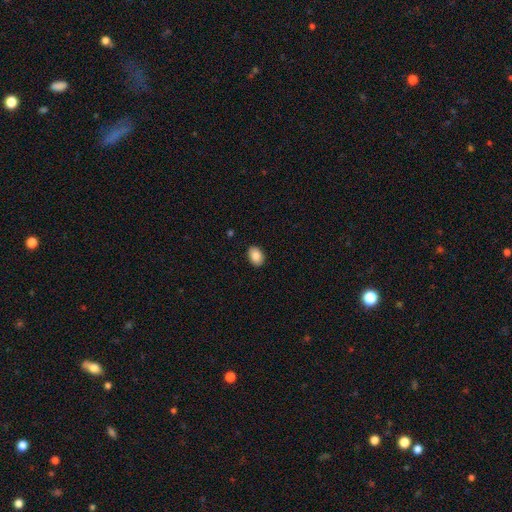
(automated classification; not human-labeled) smooth-or-featured: smooth: 88% | star or artifact: 8% | featured or disk: 5%
  how-rounded: in between: 81% | round: 18% | cigar-shaped: 1%
  merging: none: 89% | minor disturbance: 9% | major disturbance: 2% | merger: 1%